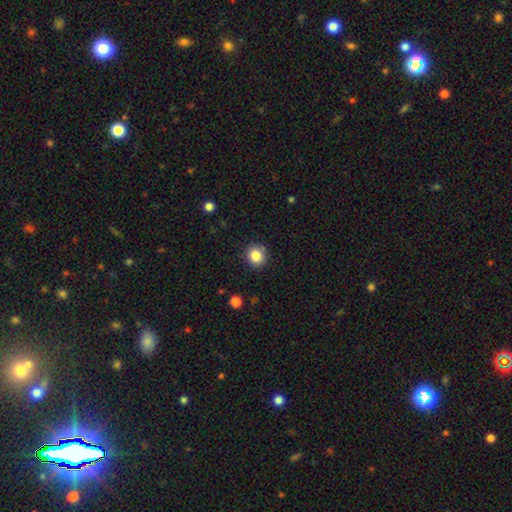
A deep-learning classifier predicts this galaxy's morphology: Smooth or featured: smooth — 86% (star or artifact — 10%)
How rounded: round — 82% (in between — 18%)
Merging: none — 86% (minor disturbance — 10%)